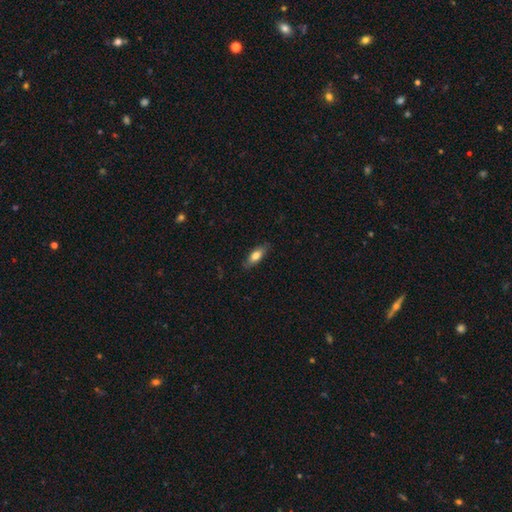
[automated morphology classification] Smooth or featured: smooth — 73% (featured or disk — 21%)
How rounded: in between — 68% (cigar-shaped — 30%)
Merging: none — 82% (minor disturbance — 14%)